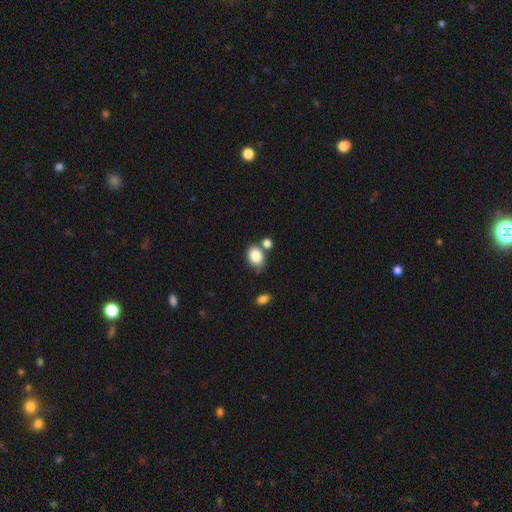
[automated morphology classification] A smooth galaxy with no disk features (85%) that is in between round and cigar-shaped (73%).

Vote fractions:
- Smooth or featured? smooth: 85% / star or artifact: 9% / featured or disk: 6%
- How rounded? in between: 73% / round: 26% / cigar-shaped: 1%
- Merging? none: 63% / merger: 18% / minor disturbance: 14% / major disturbance: 4%